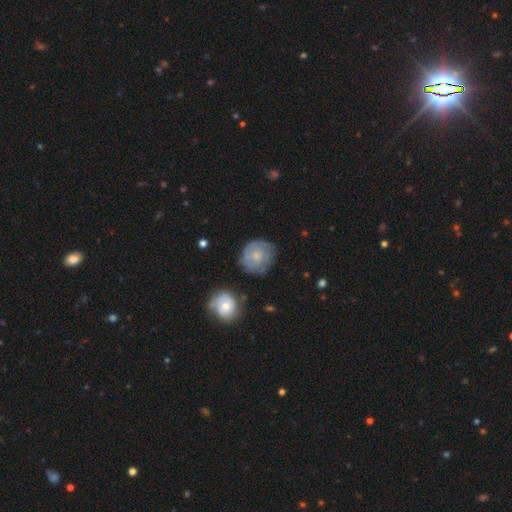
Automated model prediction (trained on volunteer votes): Smooth or featured?
  - featured or disk: 57% *
  - smooth: 37%
  - star or artifact: 6%
Edge-on disk?
  - no: 98% *
  - yes: 2%
Bar?
  - no: 78% *
  - weak: 19%
  - strong: 2%
Spiral arms?
  - yes: 79% *
  - no: 21%
Bulge size?
  - small: 59% *
  - moderate: 33%
  - none: 5%
  - large: 2%
  - dominant: 1%
Merging?
  - none: 68% *
  - minor disturbance: 21%
  - major disturbance: 8%
  - merger: 3%